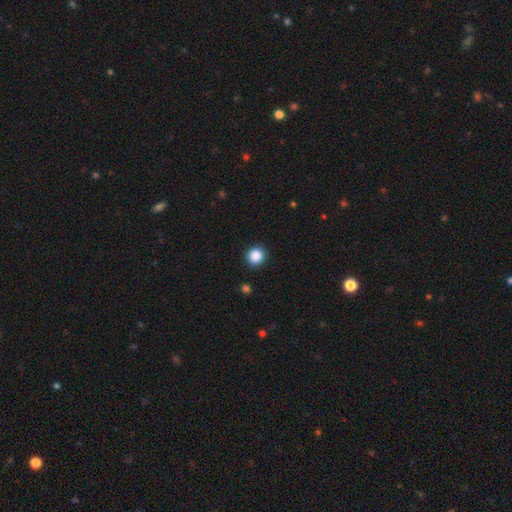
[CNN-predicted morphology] Smooth or featured: smooth — 88% (star or artifact — 10%)
How rounded: round — 92% (in between — 7%)
Merging: none — 91% (minor disturbance — 6%)